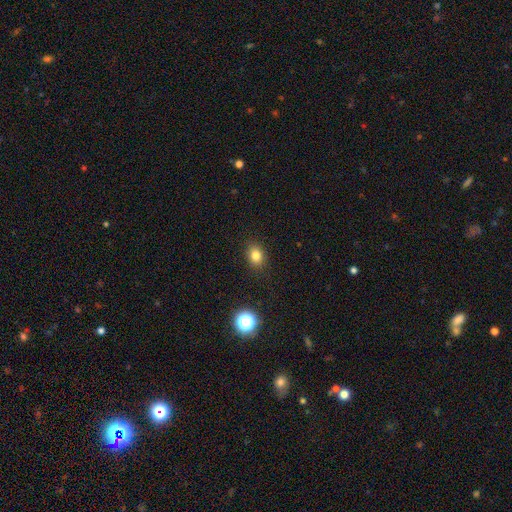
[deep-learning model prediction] Smooth or featured? smooth (80%)
How rounded? in between (53%)
Merging? none (88%)